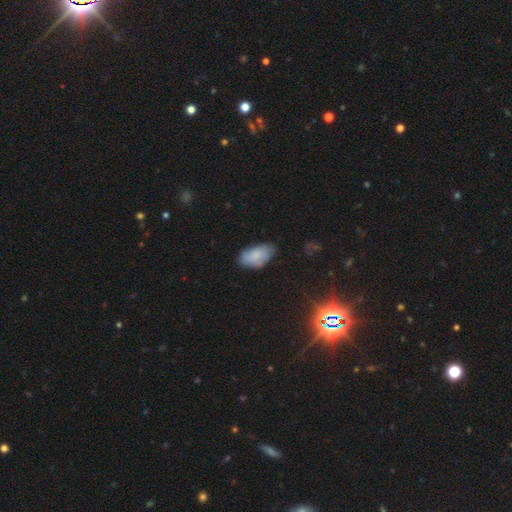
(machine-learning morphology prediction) Smooth or featured: smooth — 75% (featured or disk — 17%)
How rounded: in between — 94% (round — 4%)
Merging: none — 64% (minor disturbance — 28%)